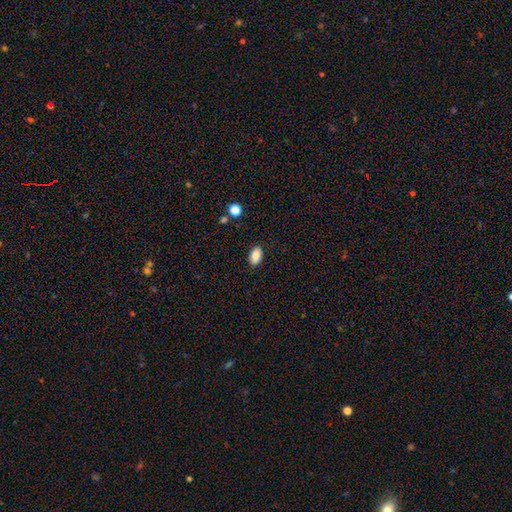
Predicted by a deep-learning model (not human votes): smooth_or_featured: smooth (p=0.87) [alt: star or artifact p=0.08]
how_rounded: in between (p=0.93) [alt: round p=0.05]
merging: none (p=0.88) [alt: minor disturbance p=0.08]